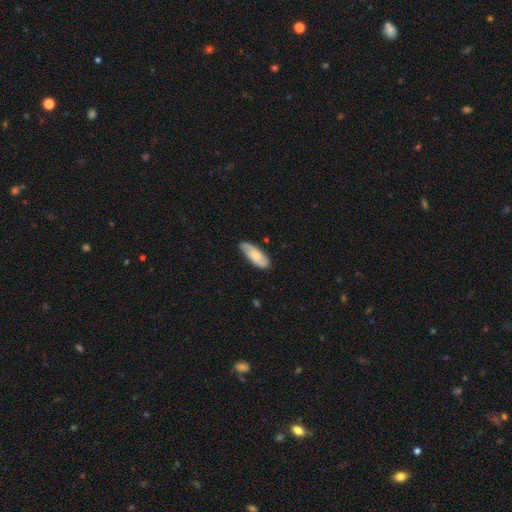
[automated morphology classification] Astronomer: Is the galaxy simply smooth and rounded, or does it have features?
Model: smooth — 55% (runner-up: featured or disk, 39%).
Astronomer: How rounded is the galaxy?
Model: in between — 75%.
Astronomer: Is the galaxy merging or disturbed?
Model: none — 72%.